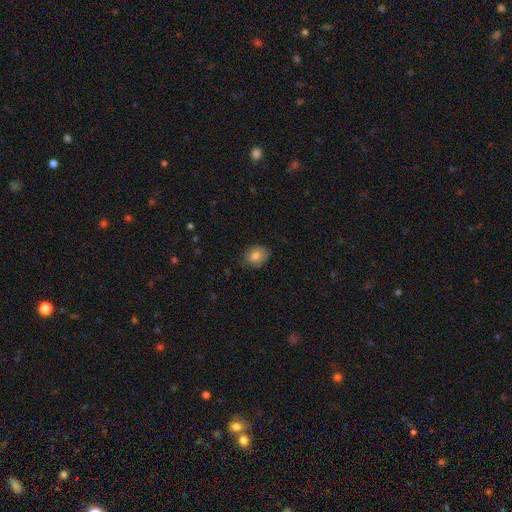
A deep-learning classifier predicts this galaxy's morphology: This appears to be a smooth galaxy with no disk features (80%) that is in between round and cigar-shaped (56%). Merging: none (76%).